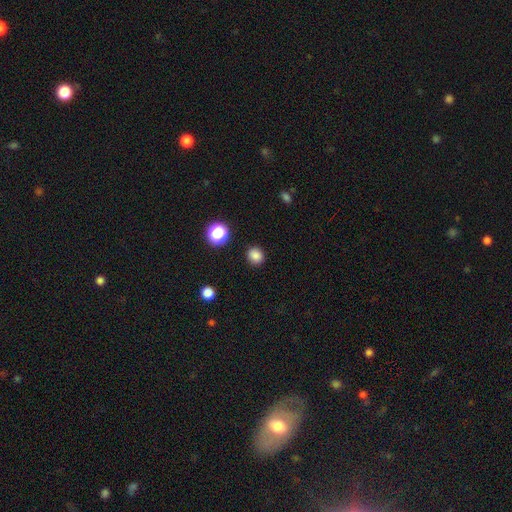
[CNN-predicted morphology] A smooth galaxy with no disk features (84%) that is round (84%). Merging: none (90%).